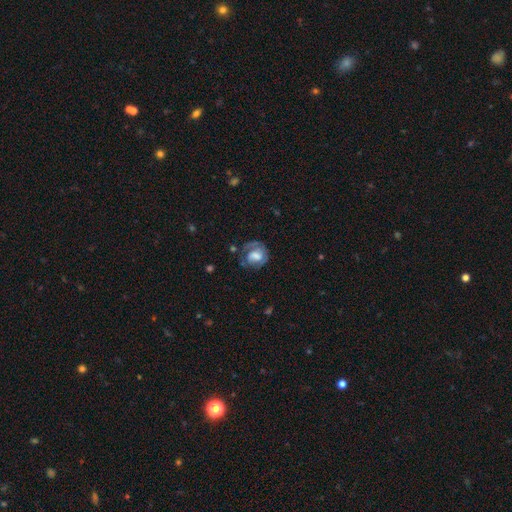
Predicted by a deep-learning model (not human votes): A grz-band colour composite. It shows a featured or disk galaxy (52%) with no bar (57%), spiral arms (70%) and a large central bulge (35%). Merging: none (48%).